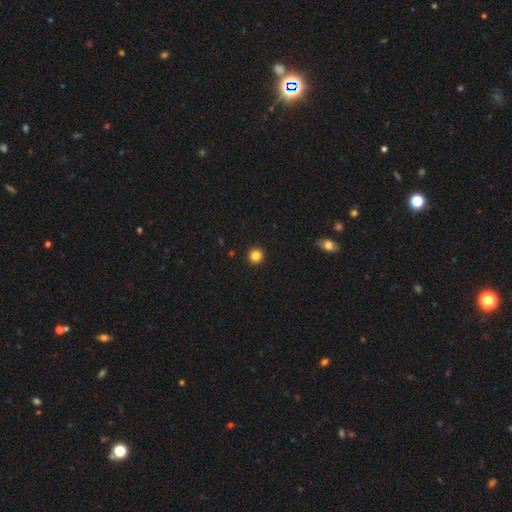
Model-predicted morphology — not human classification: This is clearly a smooth galaxy (84%). How rounded: clearly round (93%). Merging: clearly none (93%).